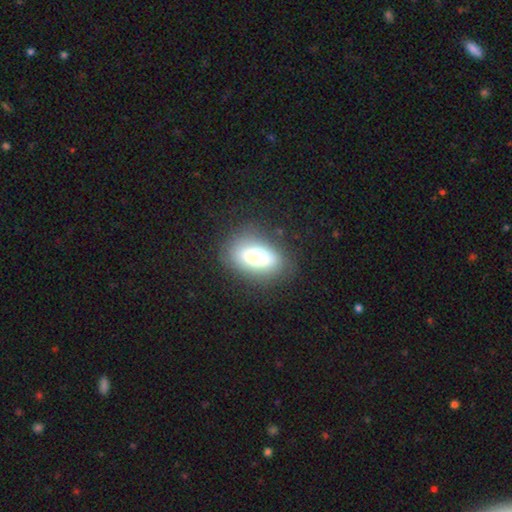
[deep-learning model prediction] Overall: smooth (67%). How rounded: in between (83%). Merging: none (76%).